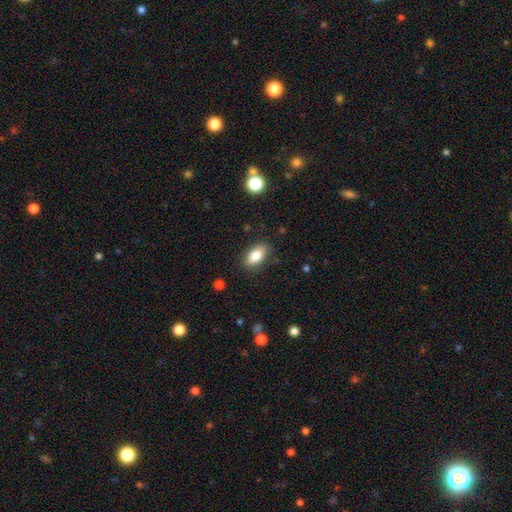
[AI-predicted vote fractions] A smooth galaxy with no disk features (81%) that is in between round and cigar-shaped (88%). Merging: none (85%).